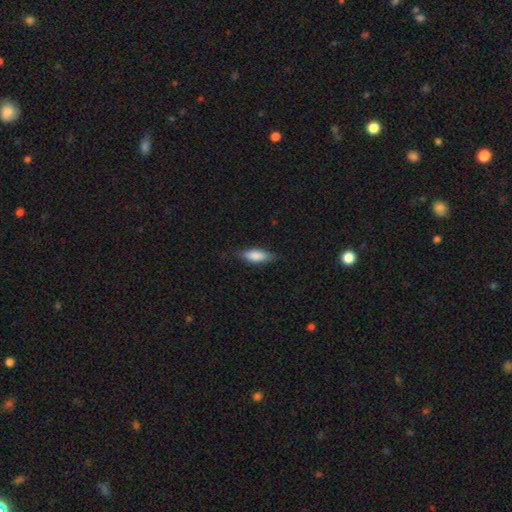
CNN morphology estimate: smooth 82%, featured or disk 12%, star or artifact 6%. Down the decision tree: how rounded — in between (68%); merging — none (77%).